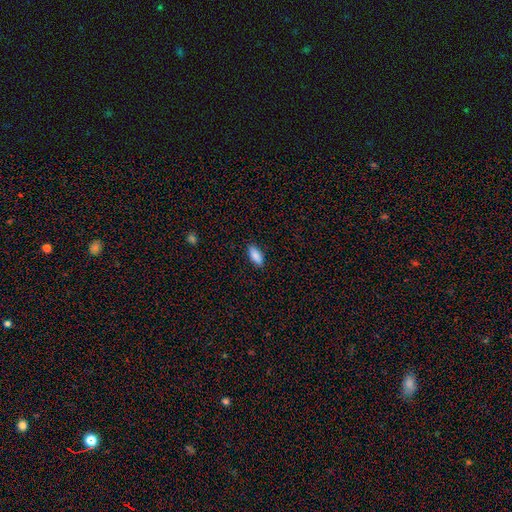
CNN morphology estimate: Smooth or featured? Predicted: smooth (p=0.88). How rounded? Predicted: in between (p=0.81). Merging? Predicted: none (p=0.88).